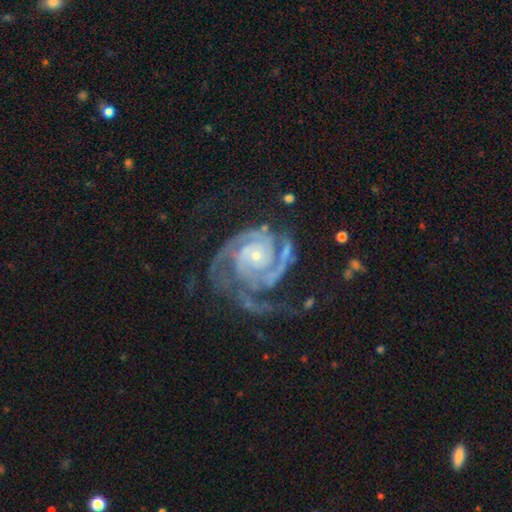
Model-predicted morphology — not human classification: This is clearly a featured or disk galaxy (93%). It is clearly not viewed edge-on (98%). Bar: likely no (75%). Spiral arm pattern: clearly yes (98%). Spiral arm count: possibly 2 (45%). Spiral winding: likely tight (69%). Central bulge: likely small (74%). Merging: possibly none (49%).